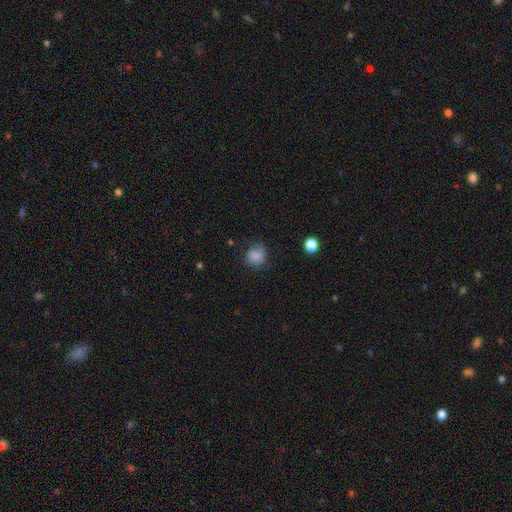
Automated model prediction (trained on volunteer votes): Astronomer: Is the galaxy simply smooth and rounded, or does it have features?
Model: smooth — 85%.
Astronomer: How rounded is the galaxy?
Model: round — 83%.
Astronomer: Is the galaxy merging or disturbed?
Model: none — 74%.